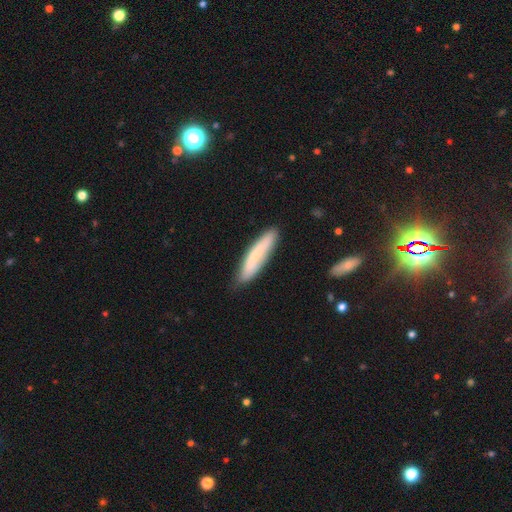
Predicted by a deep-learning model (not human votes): smooth-or-featured: smooth: 62% | featured or disk: 32% | star or artifact: 6%
  how-rounded: cigar-shaped: 81% | in between: 17% | round: 1%
  merging: none: 78% | minor disturbance: 16% | major disturbance: 3% | merger: 2%